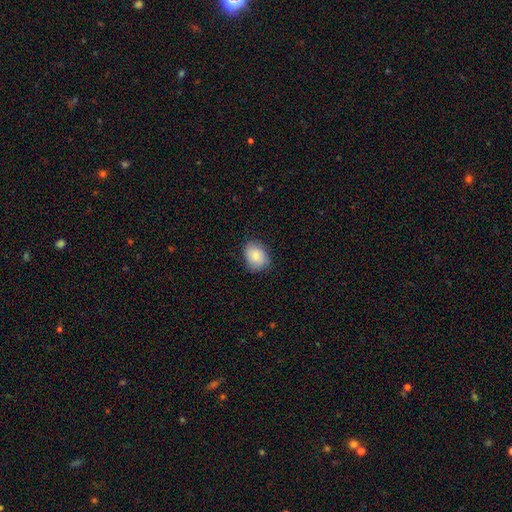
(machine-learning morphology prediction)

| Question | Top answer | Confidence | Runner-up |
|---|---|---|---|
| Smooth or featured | smooth | 81% | featured or disk (12%) |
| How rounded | in between | 66% | round (33%) |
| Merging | none | 77% | minor disturbance (19%) |